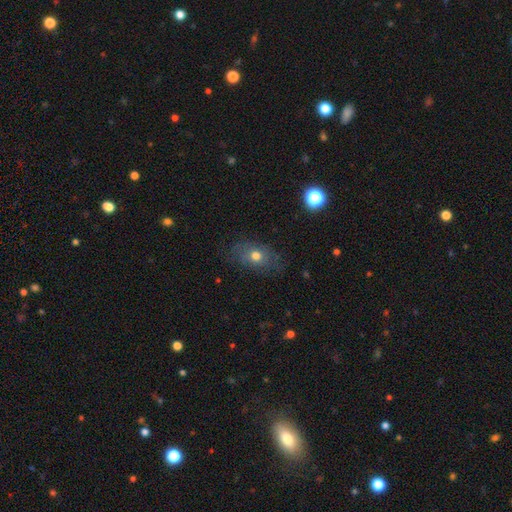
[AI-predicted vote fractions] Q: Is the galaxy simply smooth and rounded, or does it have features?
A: smooth — 63%.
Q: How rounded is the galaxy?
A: in between — 71%.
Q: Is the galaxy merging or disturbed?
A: none — 71%.